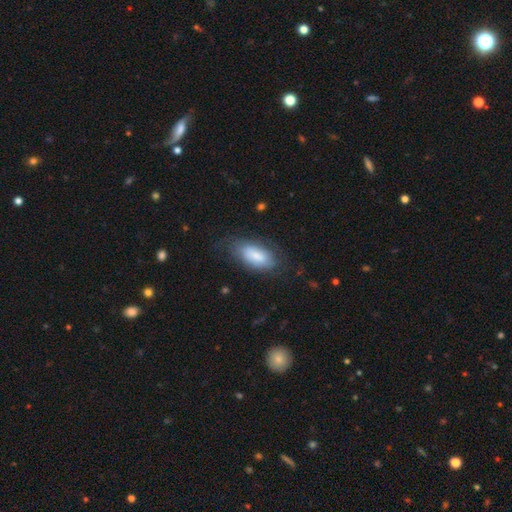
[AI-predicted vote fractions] smooth-or-featured: smooth: 68% | featured or disk: 26% | star or artifact: 7%
  how-rounded: in between: 90% | cigar-shaped: 7% | round: 3%
  merging: none: 64% | minor disturbance: 23% | major disturbance: 12% | merger: 2%